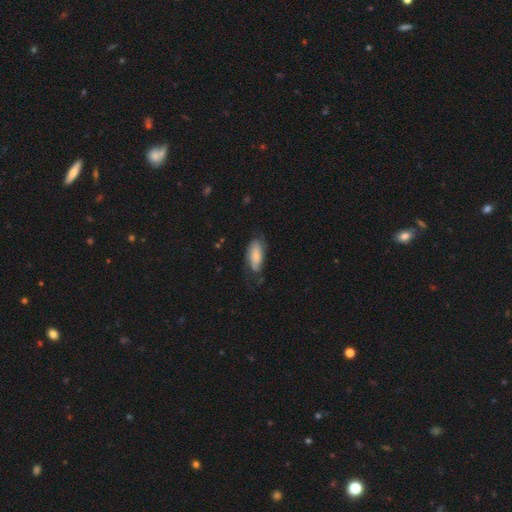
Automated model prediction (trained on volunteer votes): Smooth or featured? Predicted: smooth (p=0.57). How rounded? Predicted: in between (p=0.85). Merging? Predicted: none (p=0.56).